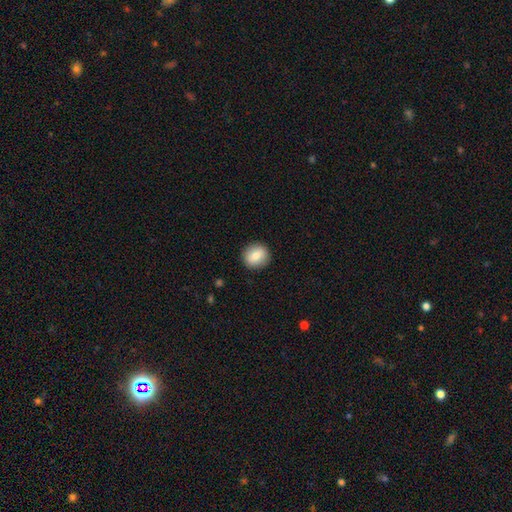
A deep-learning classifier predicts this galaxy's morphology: Smooth or featured?
  - smooth: 78% *
  - featured or disk: 14%
  - star or artifact: 8%
How rounded?
  - round: 87% *
  - in between: 12%
  - cigar-shaped: 1%
Merging?
  - none: 90% *
  - minor disturbance: 7%
  - major disturbance: 2%
  - merger: 1%